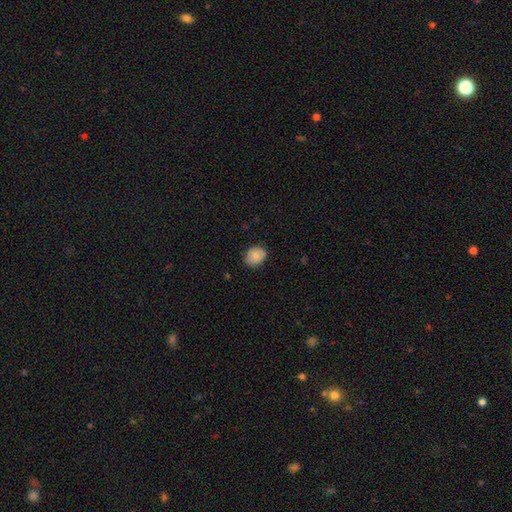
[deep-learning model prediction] Morphology: type=smooth (81%); roundness=round (51%); merging=none (81%).